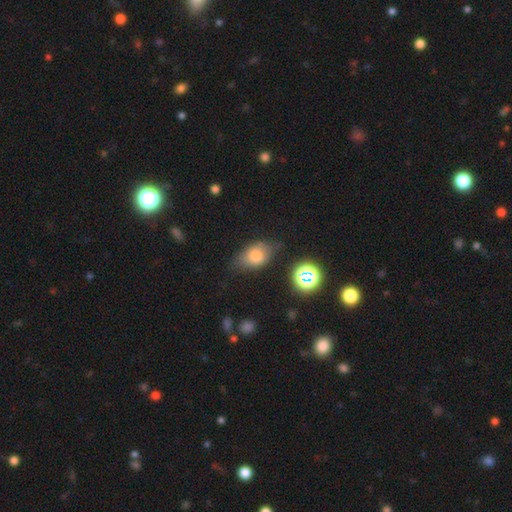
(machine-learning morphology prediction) This appears to be a smooth galaxy with no disk features (72%) that is in between round and cigar-shaped (79%). Merging: none (61%).